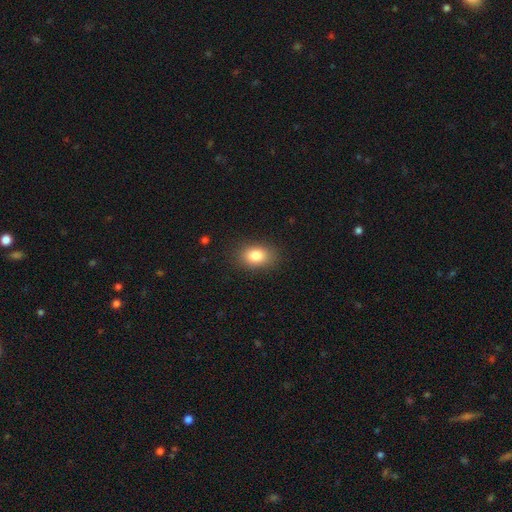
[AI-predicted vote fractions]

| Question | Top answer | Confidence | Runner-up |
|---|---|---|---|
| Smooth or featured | smooth | 84% | star or artifact (9%) |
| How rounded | in between | 79% | round (20%) |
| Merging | none | 85% | minor disturbance (10%) |